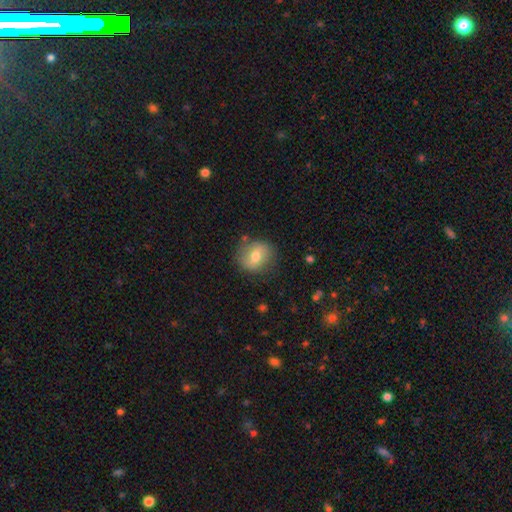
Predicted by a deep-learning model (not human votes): Smooth or featured? smooth (59%)
How rounded? round (74%)
Merging? none (81%)